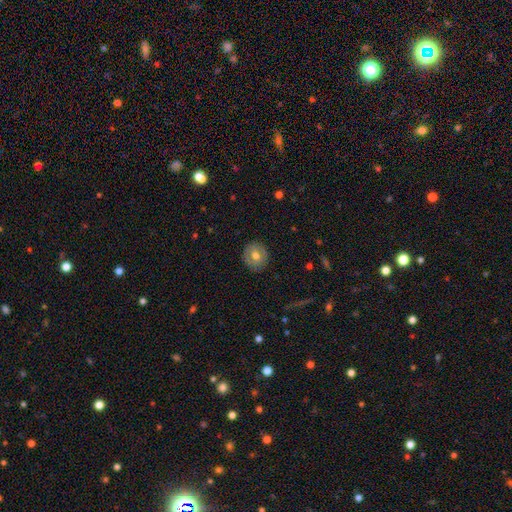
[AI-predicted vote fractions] Q: Smooth or featured?
A: smooth (62%); runner-up: featured or disk (29%)
Q: How rounded?
A: round (87%); runner-up: in between (12%)
Q: Merging?
A: none (88%); runner-up: minor disturbance (9%)